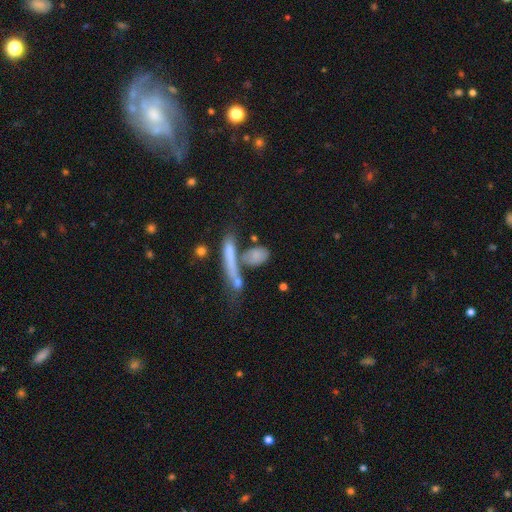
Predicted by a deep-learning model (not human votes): Smooth or featured? smooth (73%)
How rounded? in between (59%)
Merging? none (49%)